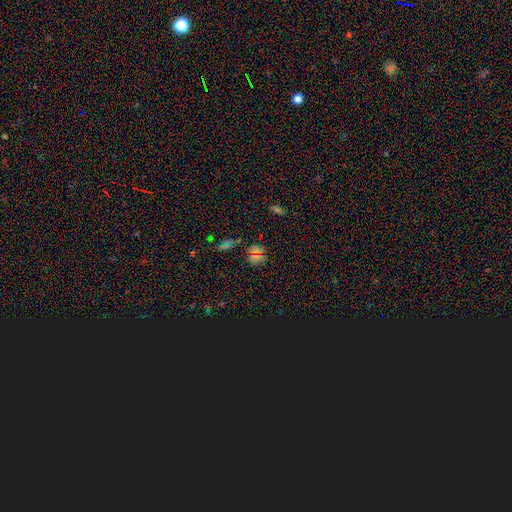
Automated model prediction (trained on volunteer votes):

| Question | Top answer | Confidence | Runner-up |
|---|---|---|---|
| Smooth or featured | star or artifact | 49% | smooth (42%) |